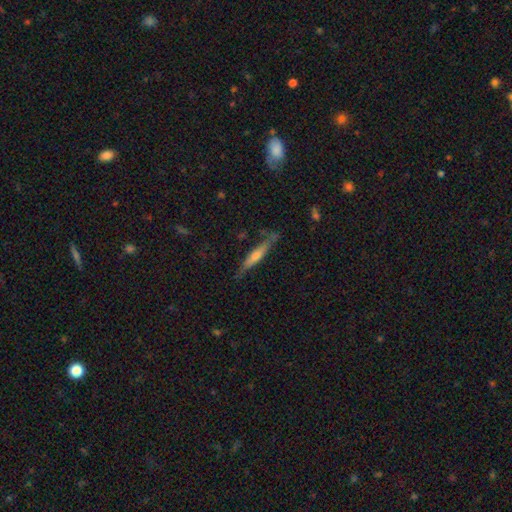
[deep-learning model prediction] Smooth or featured? featured or disk (65%)
Edge-on disk? yes (93%)
Edge-on bulge? rounded (69%)
Merging? none (78%)